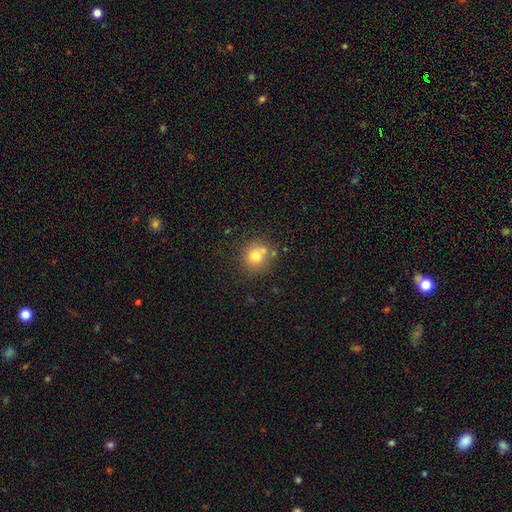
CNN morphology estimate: The model was most divided on "merging": none: 68%, merger: 16%, minor disturbance: 13%, major disturbance: 4%. More confident: how rounded — round (87%); smooth or featured — smooth (76%).